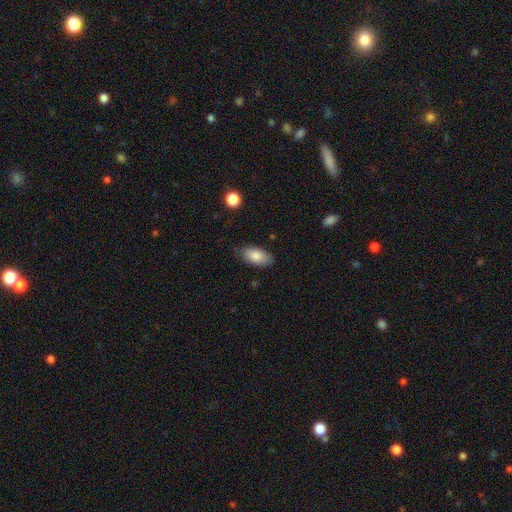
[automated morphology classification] Smooth or featured?
  - smooth: 83% *
  - featured or disk: 10%
  - star or artifact: 7%
How rounded?
  - in between: 93% *
  - cigar-shaped: 4%
  - round: 3%
Merging?
  - none: 80% *
  - minor disturbance: 16%
  - major disturbance: 3%
  - merger: 1%